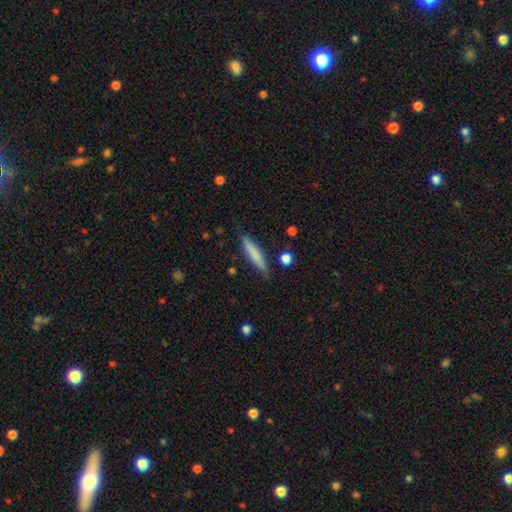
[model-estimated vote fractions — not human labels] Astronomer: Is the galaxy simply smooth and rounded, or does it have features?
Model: smooth — 74%.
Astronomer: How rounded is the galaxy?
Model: cigar-shaped — 88%.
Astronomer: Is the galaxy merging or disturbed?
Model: none — 80%.